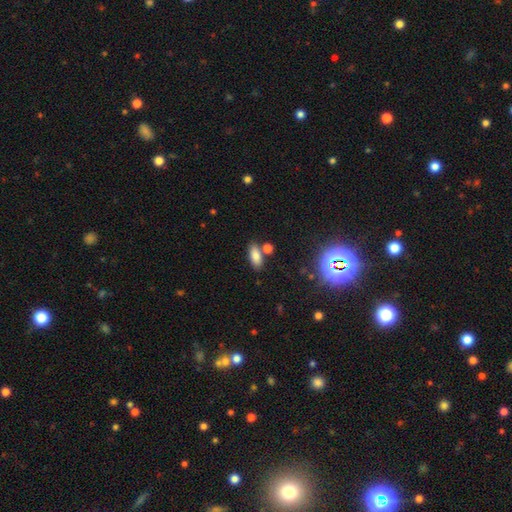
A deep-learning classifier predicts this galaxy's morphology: This appears to be a smooth galaxy with no disk features (79%) that is in between round and cigar-shaped (83%). Merging: none (72%).